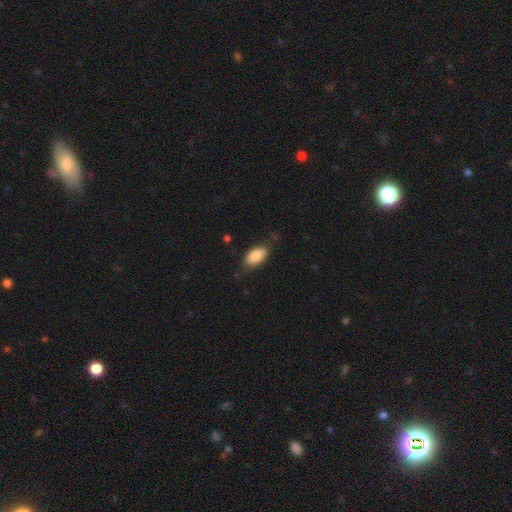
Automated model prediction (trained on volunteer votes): This appears to be a smooth galaxy with no disk features (82%) that is in between round and cigar-shaped (92%). Merging: none (69%).